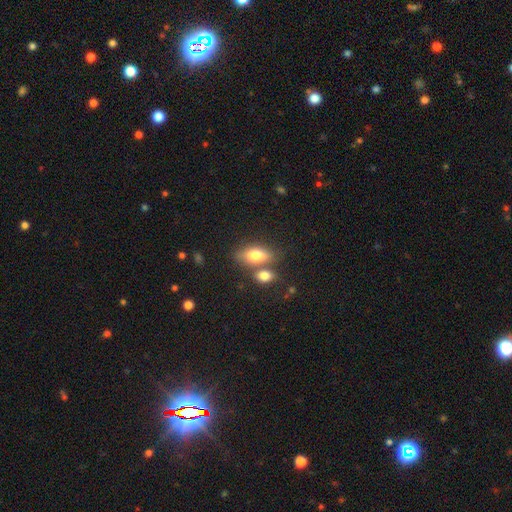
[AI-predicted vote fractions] Q: Smooth or featured?
A: smooth (77%); runner-up: featured or disk (15%)
Q: How rounded?
A: in between (84%); runner-up: cigar-shaped (9%)
Q: Merging?
A: none (51%); runner-up: merger (33%)